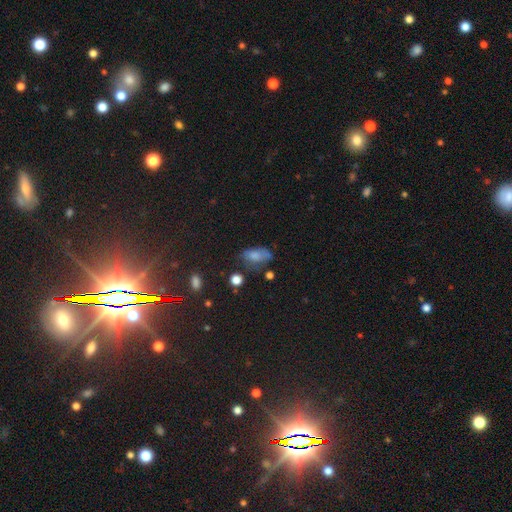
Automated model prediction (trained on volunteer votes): This is likely a smooth galaxy (69%). How rounded: clearly in between (87%). Merging: marginally none (45%).